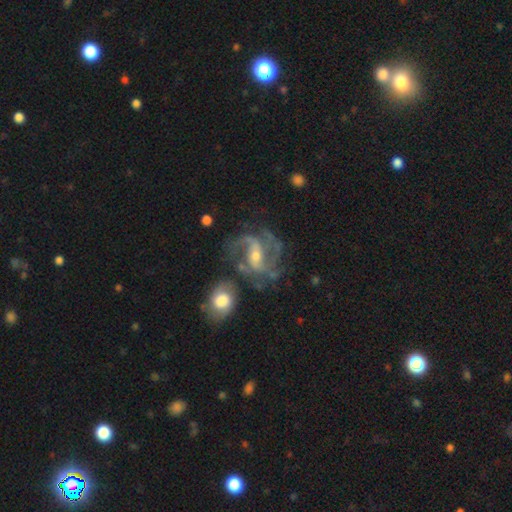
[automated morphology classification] Smooth or featured?
  - featured or disk: 88% *
  - star or artifact: 6%
  - smooth: 5%
Edge-on disk?
  - no: 97% *
  - yes: 3%
Bar?
  - weak: 41% *
  - strong: 34%
  - no: 25%
Spiral arms?
  - yes: 96% *
  - no: 4%
Spiral winding?
  - medium: 54% *
  - loose: 24%
  - tight: 22%
Spiral arm count?
  - 2: 51% *
  - 3: 26%
  - can't tell: 10%
  - 4: 5%
  - 1: 4%
  - more than 4: 3%
Bulge size?
  - small: 49% *
  - moderate: 46%
  - large: 2%
  - none: 2%
  - dominant: 1%
Merging?
  - none: 52% *
  - minor disturbance: 18%
  - major disturbance: 17%
  - merger: 13%